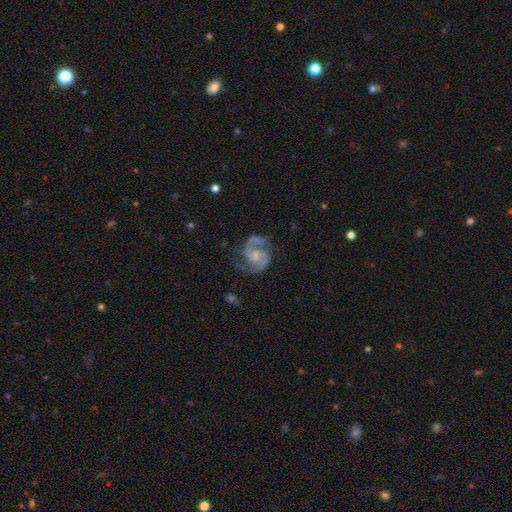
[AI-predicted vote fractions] Smooth or featured? Predicted: featured or disk (p=0.90). Edge-on disk? Predicted: no (p=0.98). Bar? Predicted: no (p=0.52). Spiral arms? Predicted: yes (p=0.98). Spiral winding? Predicted: medium (p=0.61). Spiral arm count? Predicted: 2 (p=0.92). Bulge size? Predicted: small (p=0.44). Merging? Predicted: none (p=0.71).